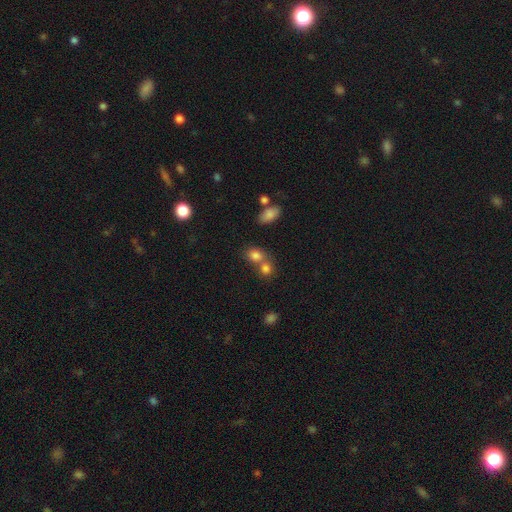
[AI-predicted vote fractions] smooth-or-featured: smooth: 79% | star or artifact: 12% | featured or disk: 8%
  how-rounded: round: 60% | in between: 39% | cigar-shaped: 1%
  merging: merger: 47% | none: 41% | minor disturbance: 8% | major disturbance: 4%